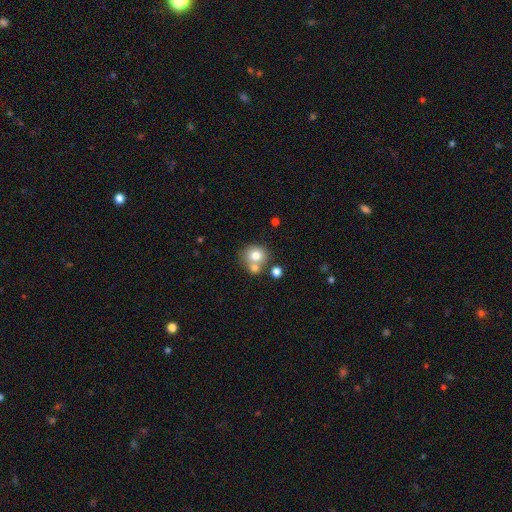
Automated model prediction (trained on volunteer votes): Smooth or featured? Predicted: smooth (p=0.75). How rounded? Predicted: round (p=0.84). Merging? Predicted: none (p=0.52).